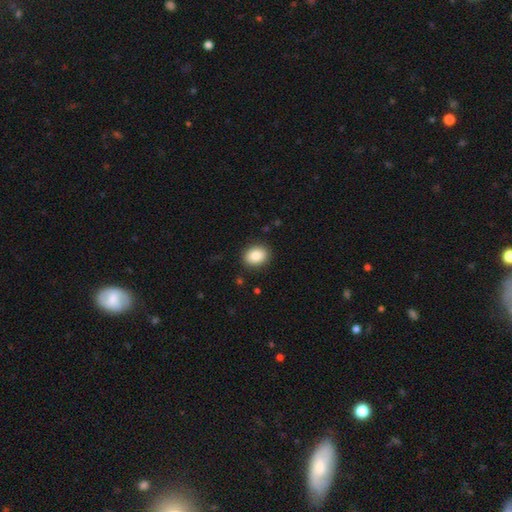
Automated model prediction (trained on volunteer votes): Morphology: type=smooth (86%); roundness=in between (52%); merging=none (89%).